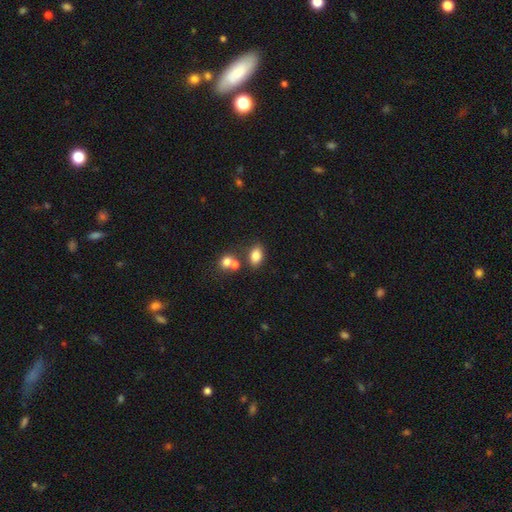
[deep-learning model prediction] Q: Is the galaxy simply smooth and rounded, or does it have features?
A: smooth — 81%.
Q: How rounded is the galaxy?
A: in between — 80%.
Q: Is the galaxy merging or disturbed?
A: none — 66%.